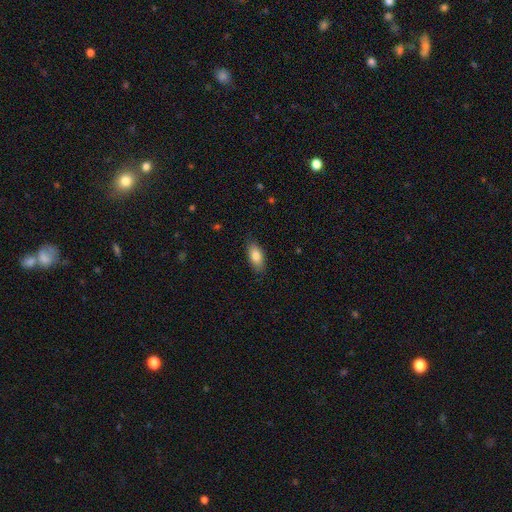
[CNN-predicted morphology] smooth 82%, featured or disk 11%, star or artifact 7%. Down the decision tree: how rounded — in between (87%); merging — none (86%).